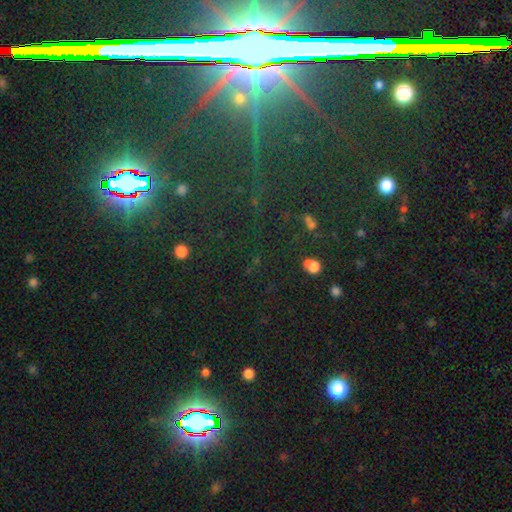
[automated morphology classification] Smooth or featured?
  - star or artifact: 80% *
  - smooth: 11%
  - featured or disk: 9%